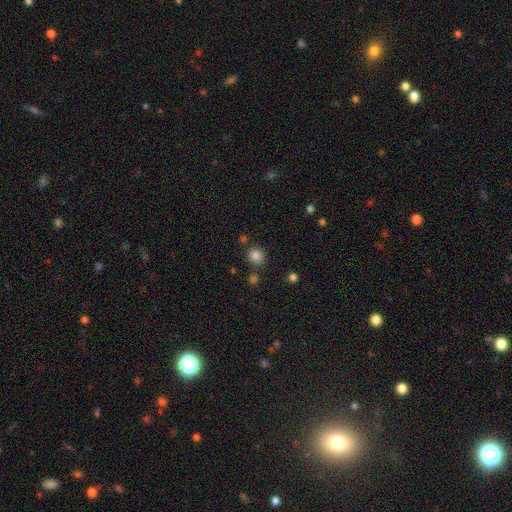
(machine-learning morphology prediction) type=smooth (84%); roundness=round (85%); merging=none (81%).